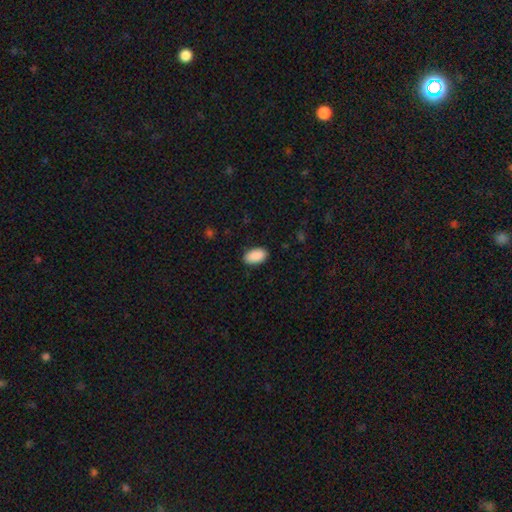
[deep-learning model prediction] Morphology: type=smooth (91%); roundness=in between (94%); merging=none (88%).